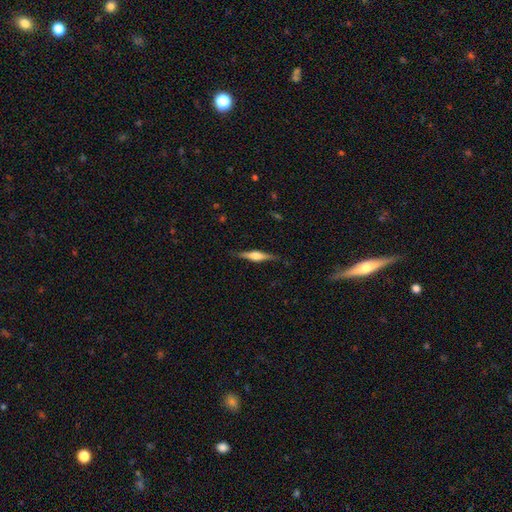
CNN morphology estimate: type=featured or disk (70%); edge-on=yes (97%); edge-on bulge=rounded (84%); merging=none (86%).